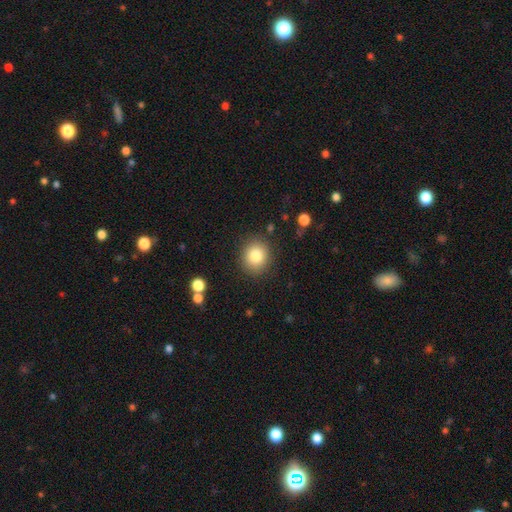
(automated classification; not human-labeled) smooth-or-featured: smooth: 83% | star or artifact: 10% | featured or disk: 7%
  how-rounded: round: 81% | in between: 18% | cigar-shaped: 1%
  merging: none: 88% | minor disturbance: 8% | major disturbance: 3% | merger: 2%